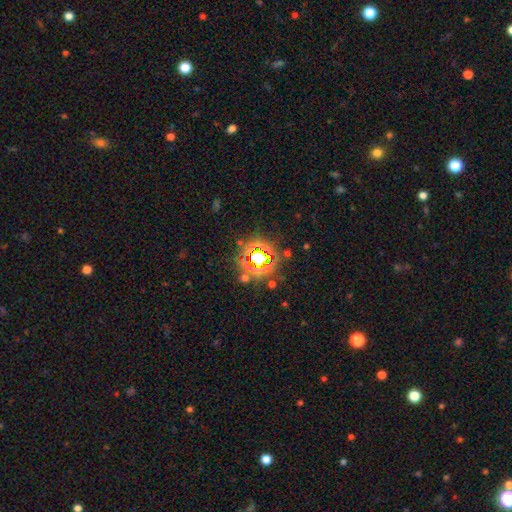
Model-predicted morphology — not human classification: type=star or artifact (70%).